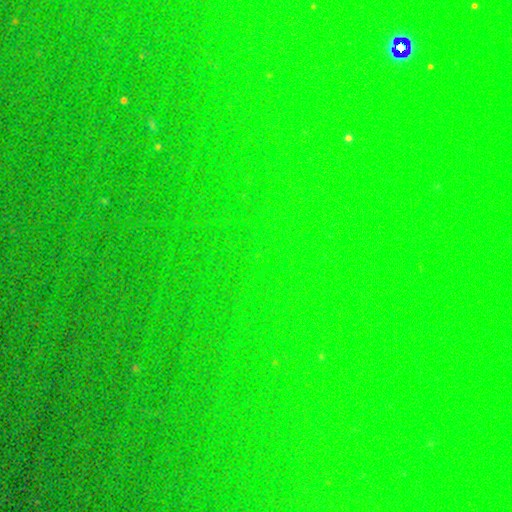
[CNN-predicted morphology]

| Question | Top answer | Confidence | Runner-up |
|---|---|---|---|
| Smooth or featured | star or artifact | 79% | smooth (12%) |